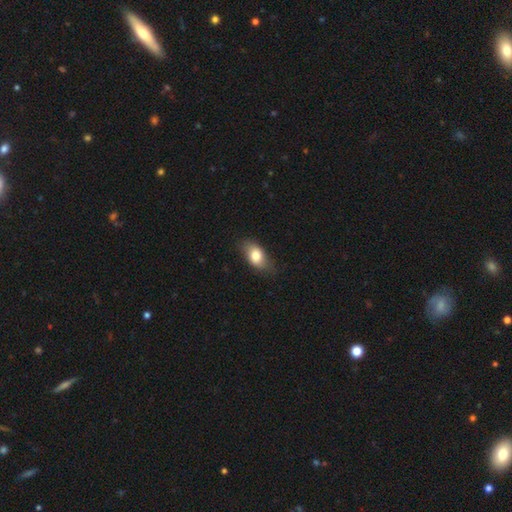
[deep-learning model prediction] Smooth or featured? Predicted: smooth (p=0.77). How rounded? Predicted: in between (p=0.87). Merging? Predicted: none (p=0.76).